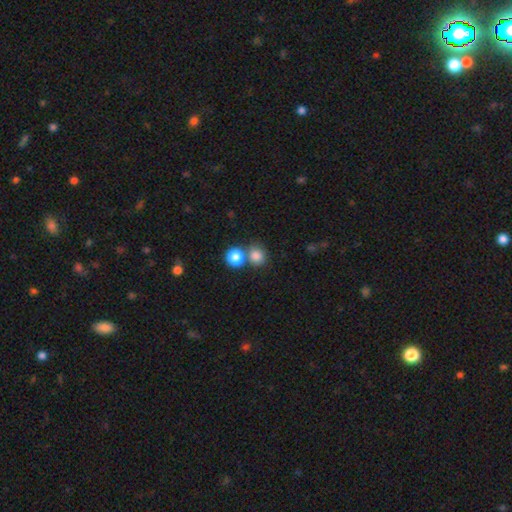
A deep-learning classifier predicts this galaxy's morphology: Smooth or featured: smooth — 82% (star or artifact — 12%)
How rounded: round — 85% (in between — 14%)
Merging: none — 63% (merger — 25%)